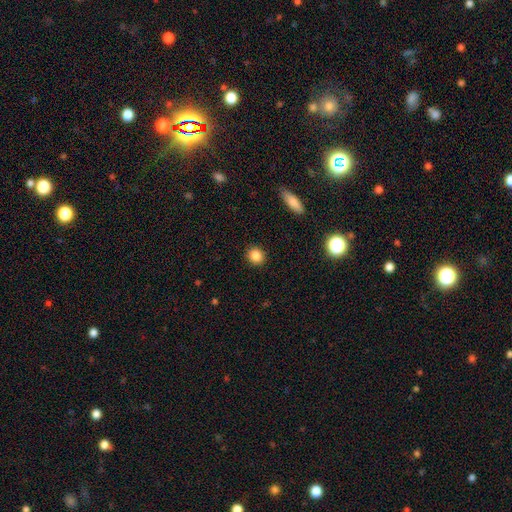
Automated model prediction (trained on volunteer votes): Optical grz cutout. It shows a smooth galaxy with no disk features (86%) that is round (83%). Merging: none (91%).